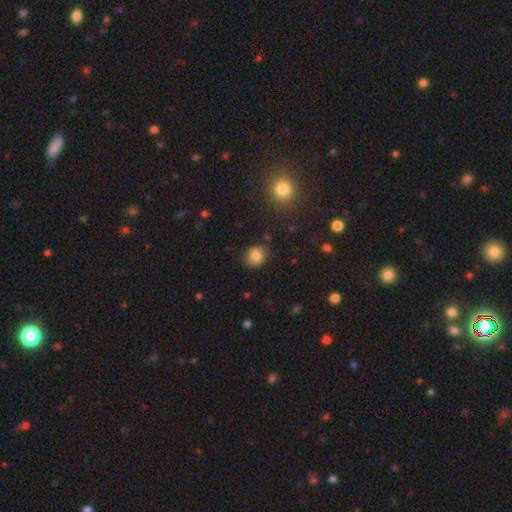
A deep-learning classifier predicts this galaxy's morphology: smooth-or-featured: smooth: 81% | star or artifact: 11% | featured or disk: 9%
  how-rounded: round: 74% | in between: 25% | cigar-shaped: 1%
  merging: none: 81% | minor disturbance: 14% | major disturbance: 3% | merger: 2%